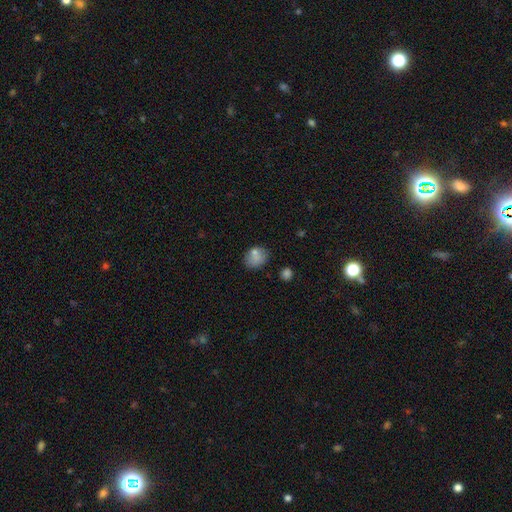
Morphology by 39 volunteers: A smooth galaxy with no disk features (79%) that is round (71%).

Vote fractions:
- Smooth or featured? smooth: 79% / featured or disk: 15% / star or artifact: 5%
- How rounded? round: 71% / in between: 26% / cigar-shaped: 3%
- Merging? none: 62% / major disturbance: 16% / minor disturbance: 14% / merger: 8%